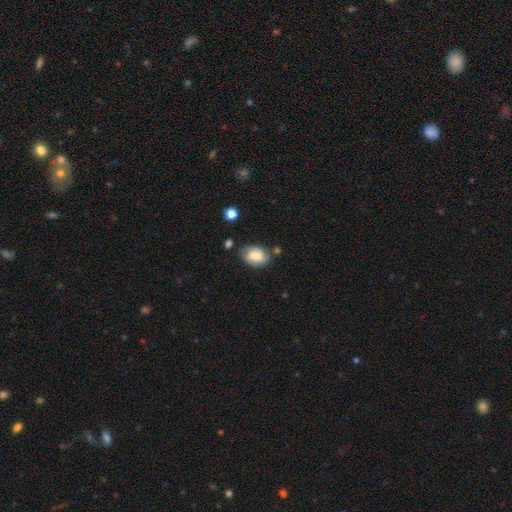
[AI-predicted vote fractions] Smooth or featured: smooth — 59% (featured or disk — 33%)
How rounded: in between — 80% (round — 19%)
Merging: none — 68% (minor disturbance — 21%)